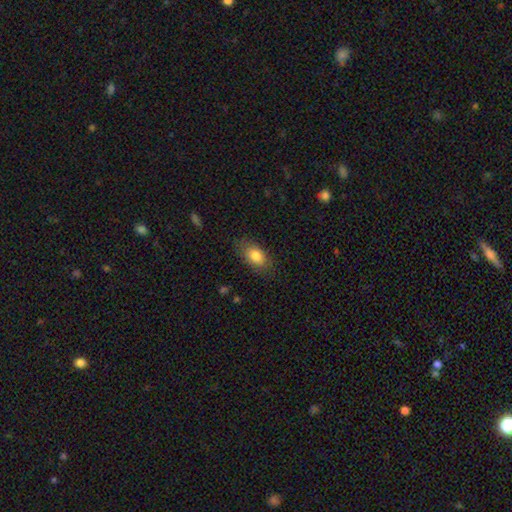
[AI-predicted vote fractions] smooth_or_featured: smooth (p=0.82) [alt: featured or disk p=0.10]
how_rounded: in between (p=0.89) [alt: round p=0.09]
merging: none (p=0.79) [alt: minor disturbance p=0.15]